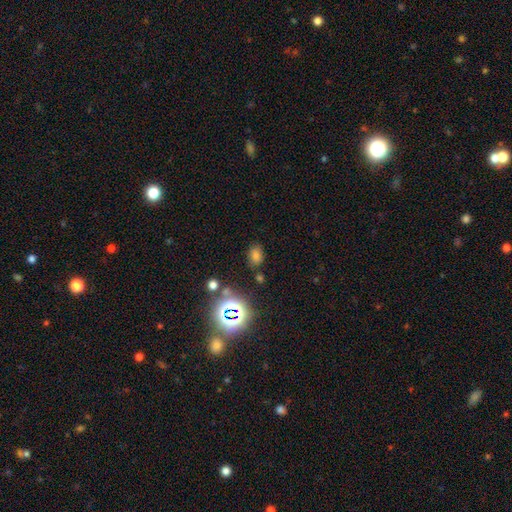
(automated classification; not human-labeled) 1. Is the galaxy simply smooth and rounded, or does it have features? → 58% smooth, 34% star or artifact, 8% featured or disk.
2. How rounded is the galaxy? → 74% in between, 24% round, 2% cigar-shaped.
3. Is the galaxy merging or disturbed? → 79% none, 12% minor disturbance, 5% merger, 4% major disturbance.